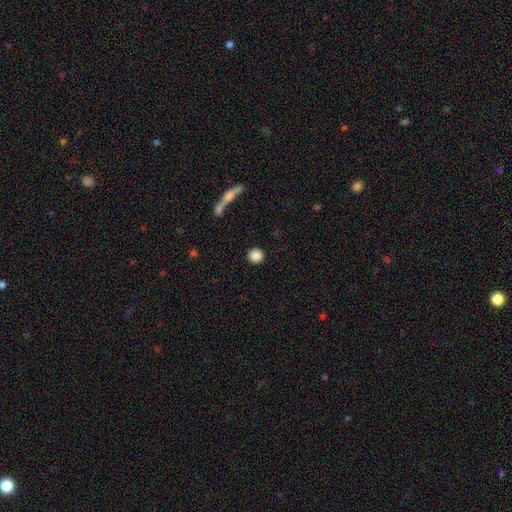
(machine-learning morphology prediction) Smooth or featured? Predicted: smooth (p=0.87). How rounded? Predicted: round (p=0.93). Merging? Predicted: none (p=0.90).